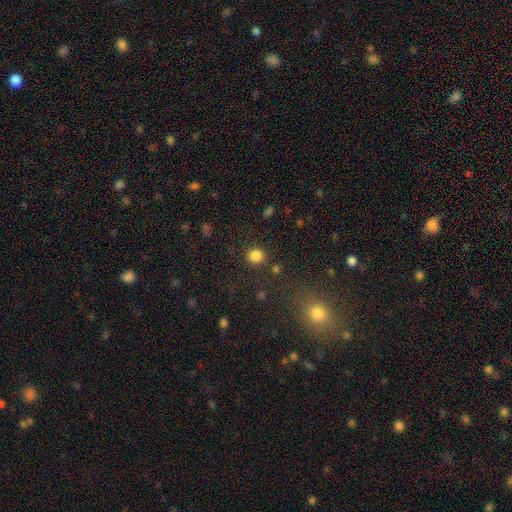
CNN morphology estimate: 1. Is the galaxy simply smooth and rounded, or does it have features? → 84% smooth, 12% star or artifact, 4% featured or disk.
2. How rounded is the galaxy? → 92% round, 7% in between, 1% cigar-shaped.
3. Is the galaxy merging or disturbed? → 87% none, 7% minor disturbance, 3% major disturbance, 3% merger.